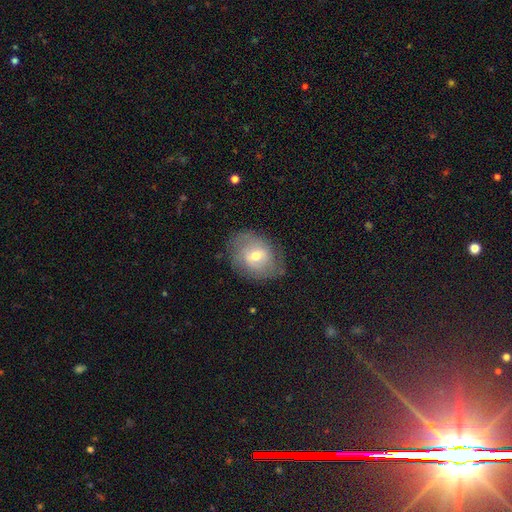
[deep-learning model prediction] smooth-or-featured: smooth: 46% (tied) | featured or disk: 46% (tied) | star or artifact: 9%
  merging: none: 74% | minor disturbance: 18% | major disturbance: 7% | merger: 1%